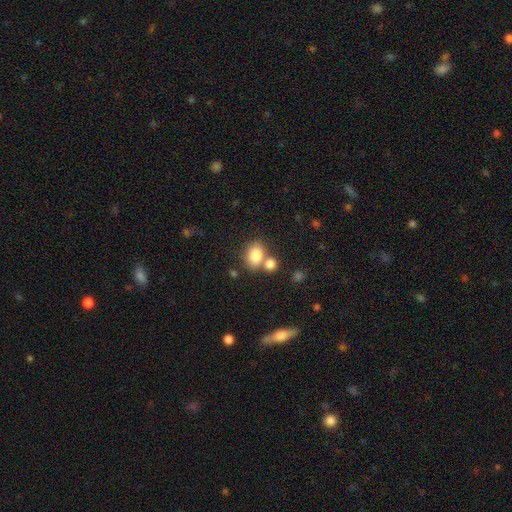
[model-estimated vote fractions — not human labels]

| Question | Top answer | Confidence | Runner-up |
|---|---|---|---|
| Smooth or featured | smooth | 83% | star or artifact (9%) |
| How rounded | in between | 70% | round (28%) |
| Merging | none | 51% | merger (34%) |